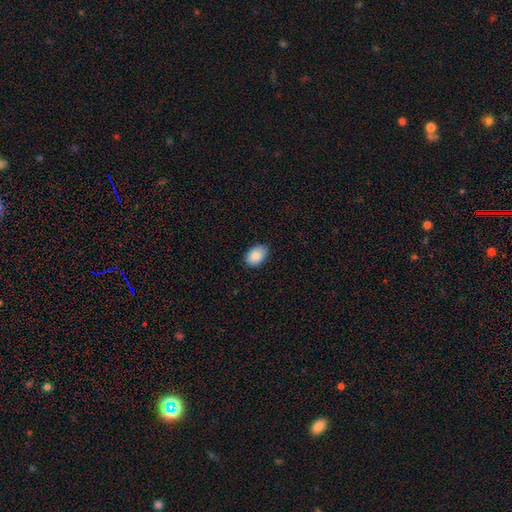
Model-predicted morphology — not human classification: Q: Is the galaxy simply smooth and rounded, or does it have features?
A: smooth — 88%.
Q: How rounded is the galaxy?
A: in between — 85%.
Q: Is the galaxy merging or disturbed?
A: none — 85%.